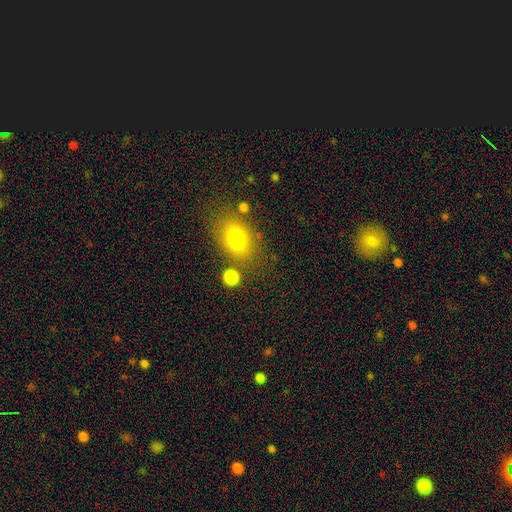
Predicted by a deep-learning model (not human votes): This appears to be a smooth galaxy with no disk features (63%) that is in between round and cigar-shaped (56%). Merging: none (79%).